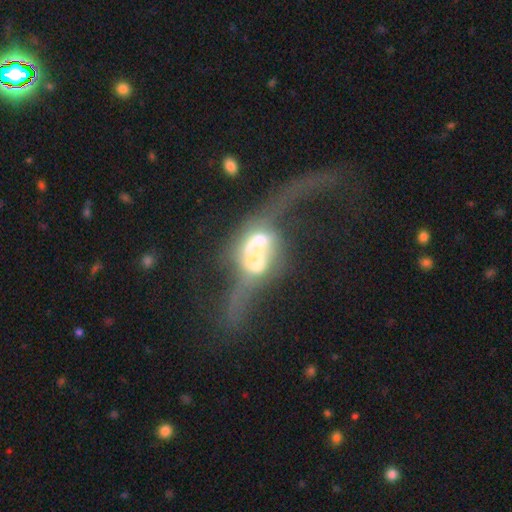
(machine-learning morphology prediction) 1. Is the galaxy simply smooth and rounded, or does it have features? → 60% featured or disk, 29% smooth, 11% star or artifact.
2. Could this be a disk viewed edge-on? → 76% no, 24% yes.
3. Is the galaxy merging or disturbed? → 63% merger, 23% major disturbance, 8% none, 5% minor disturbance.